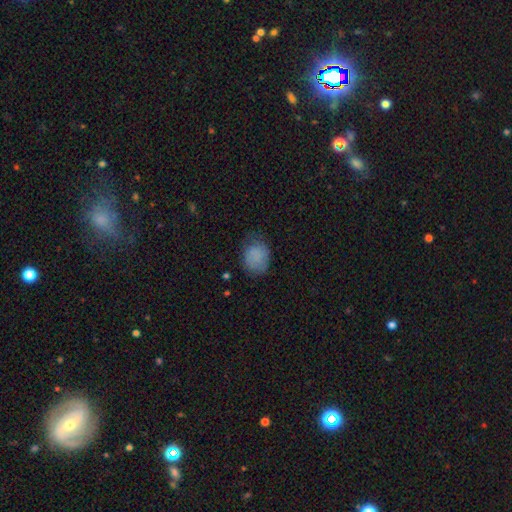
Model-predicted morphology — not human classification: smooth 81%, featured or disk 10%, star or artifact 9%. Down the decision tree: how rounded — in between (51%); merging — none (57%).